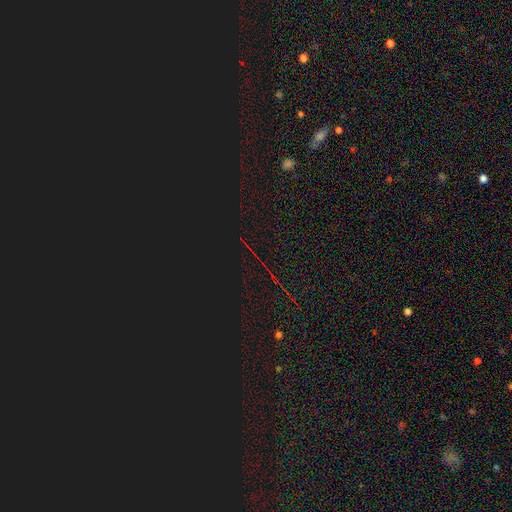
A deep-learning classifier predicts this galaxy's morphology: Smooth or featured?
  - star or artifact: 87% *
  - smooth: 7%
  - featured or disk: 6%